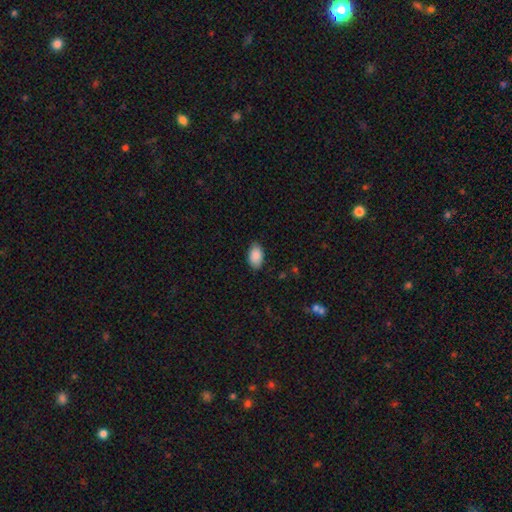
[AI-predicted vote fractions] smooth_or_featured: smooth (p=0.90) [alt: star or artifact p=0.06]
how_rounded: in between (p=0.94) [alt: round p=0.05]
merging: none (p=0.84) [alt: minor disturbance p=0.12]